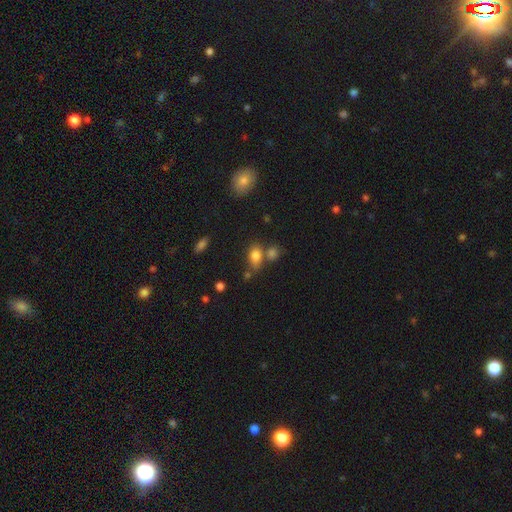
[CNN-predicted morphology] The model was most divided on "merging": none: 55%, merger: 23%, minor disturbance: 16%, major disturbance: 6%. More confident: how rounded — in between (80%); smooth or featured — smooth (79%).